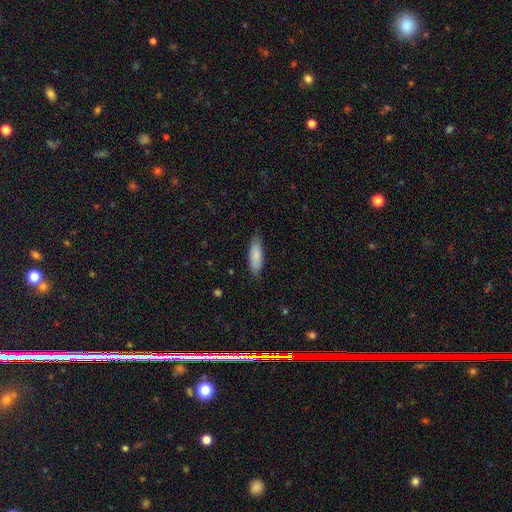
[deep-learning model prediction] This appears to be a smooth galaxy with no disk features (83%) that is in between round and cigar-shaped (59%). Merging: none (83%).